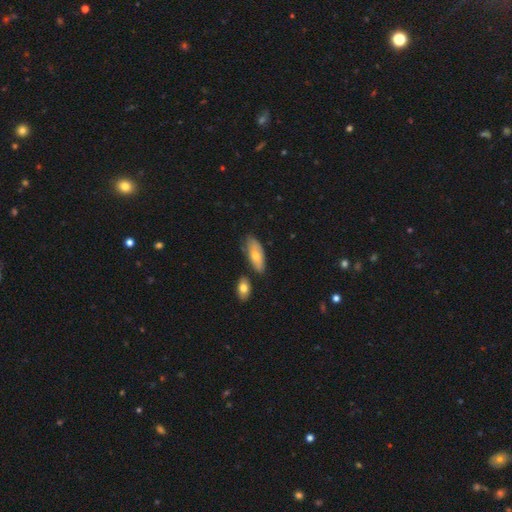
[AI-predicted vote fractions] A smooth galaxy with no disk features (62%) that is in between round and cigar-shaped (79%).

Vote fractions:
- Smooth or featured? smooth: 62% / featured or disk: 31% / star or artifact: 7%
- How rounded? in between: 79% / cigar-shaped: 18% / round: 3%
- Merging? none: 69% / minor disturbance: 20% / merger: 7% / major disturbance: 4%